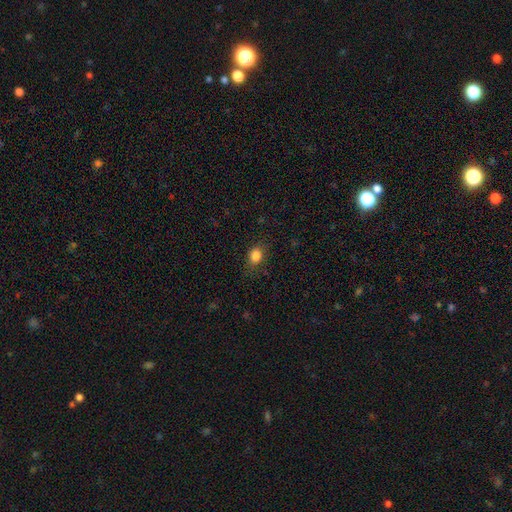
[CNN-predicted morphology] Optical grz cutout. It shows a smooth galaxy with no disk features (83%) that is in between round and cigar-shaped (50%). Merging: none (80%).